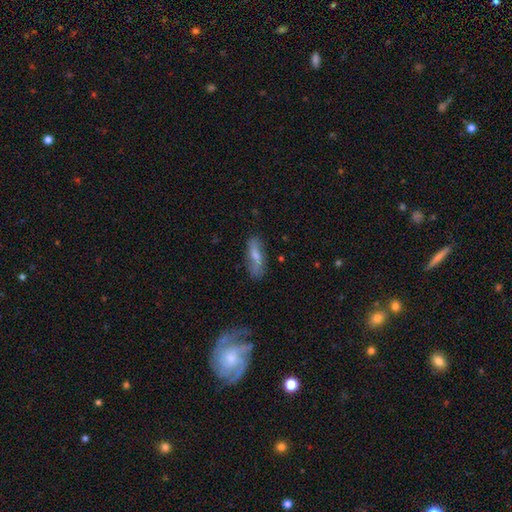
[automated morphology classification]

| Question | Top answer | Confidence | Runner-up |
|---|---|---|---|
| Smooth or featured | smooth | 58% | featured or disk (35%) |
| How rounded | in between | 58% | cigar-shaped (39%) |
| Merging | none | 70% | minor disturbance (21%) |